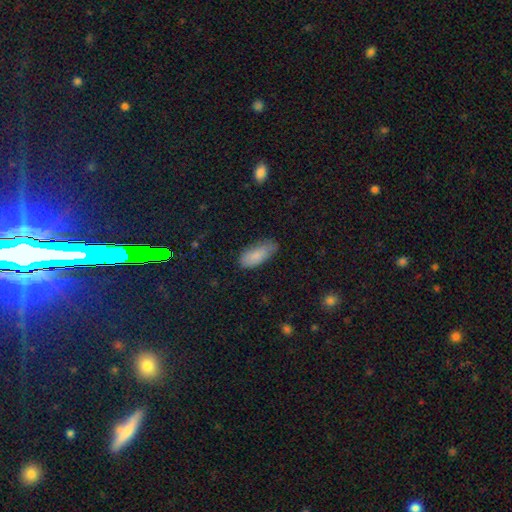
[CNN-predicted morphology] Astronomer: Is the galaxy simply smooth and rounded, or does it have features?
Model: smooth — 85%.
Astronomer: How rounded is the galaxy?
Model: in between — 84%.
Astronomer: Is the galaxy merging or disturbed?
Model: none — 61%.